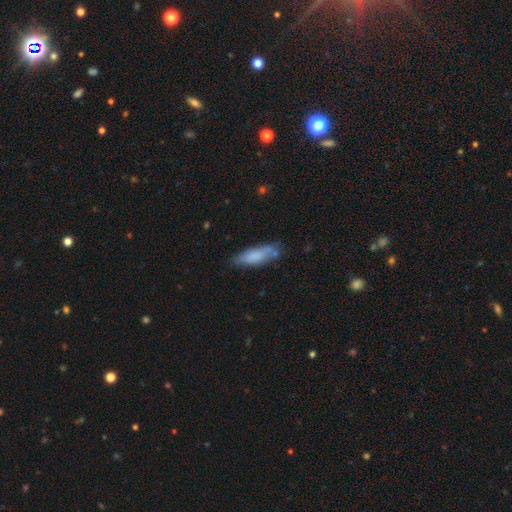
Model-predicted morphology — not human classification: A smooth galaxy with no disk features (75%) that is cigar-shaped (50%).

Vote fractions:
- Smooth or featured? smooth: 75% / featured or disk: 18% / star or artifact: 7%
- How rounded? cigar-shaped: 50% / in between: 48% / round: 2%
- Merging? none: 64% / minor disturbance: 24% / merger: 6% / major disturbance: 6%